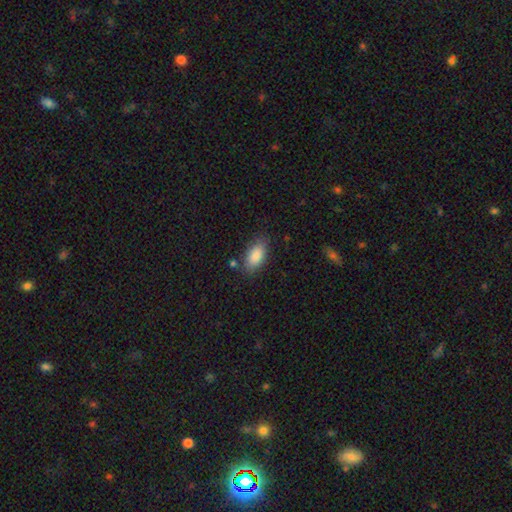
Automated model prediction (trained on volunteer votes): A smooth galaxy with no disk features (87%) that is in between round and cigar-shaped (91%). Merging: none (77%).